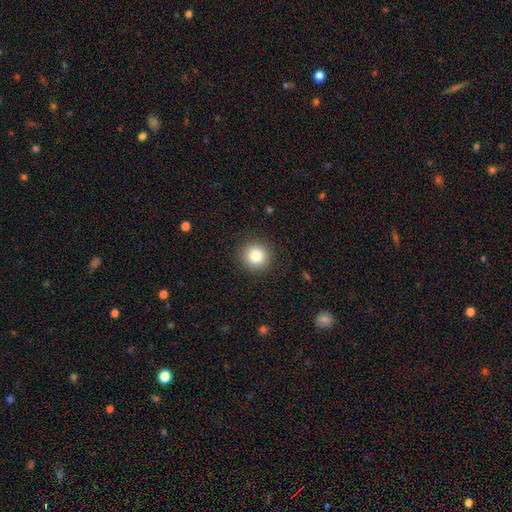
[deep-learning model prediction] smooth-or-featured: smooth: 85% | star or artifact: 10% | featured or disk: 5%
  how-rounded: round: 93% | in between: 6% | cigar-shaped: 1%
  merging: none: 90% | minor disturbance: 7% | major disturbance: 2% | merger: 1%